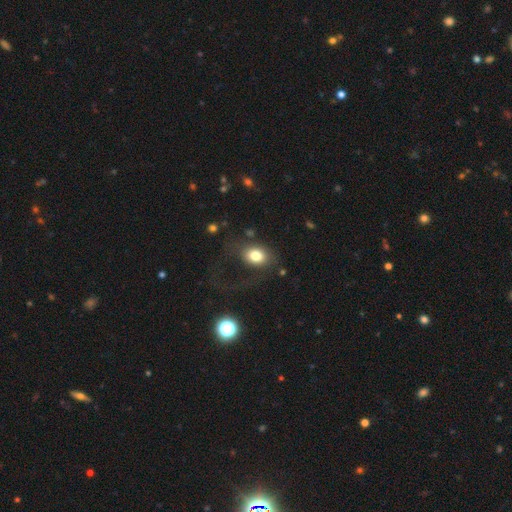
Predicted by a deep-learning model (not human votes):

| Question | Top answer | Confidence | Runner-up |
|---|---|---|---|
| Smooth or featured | smooth | 78% | featured or disk (12%) |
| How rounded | in between | 63% | round (35%) |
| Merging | none | 53% | major disturbance (27%) |